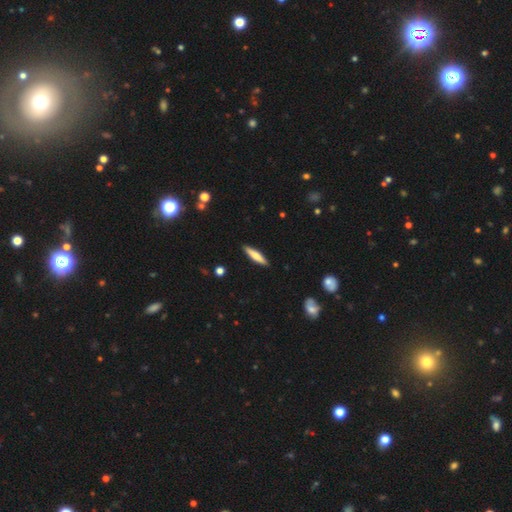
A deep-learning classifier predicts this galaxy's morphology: Q: Smooth or featured?
A: smooth (63%); runner-up: featured or disk (32%)
Q: How rounded?
A: cigar-shaped (83%); runner-up: in between (15%)
Q: Merging?
A: none (90%); runner-up: minor disturbance (7%)